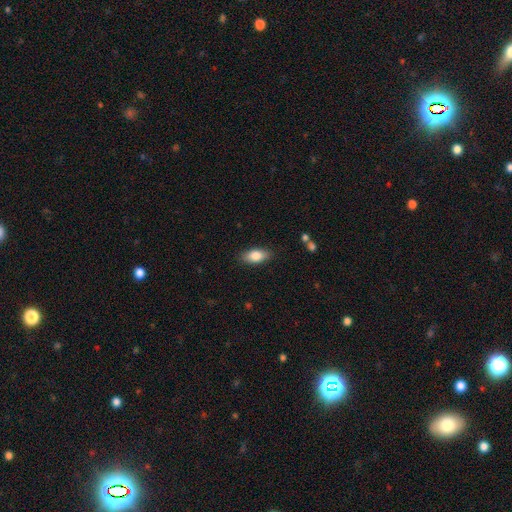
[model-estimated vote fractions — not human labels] Smooth or featured?
  - smooth: 82% *
  - featured or disk: 11%
  - star or artifact: 7%
How rounded?
  - in between: 86% *
  - cigar-shaped: 10%
  - round: 4%
Merging?
  - none: 87% *
  - minor disturbance: 10%
  - major disturbance: 2%
  - merger: 1%